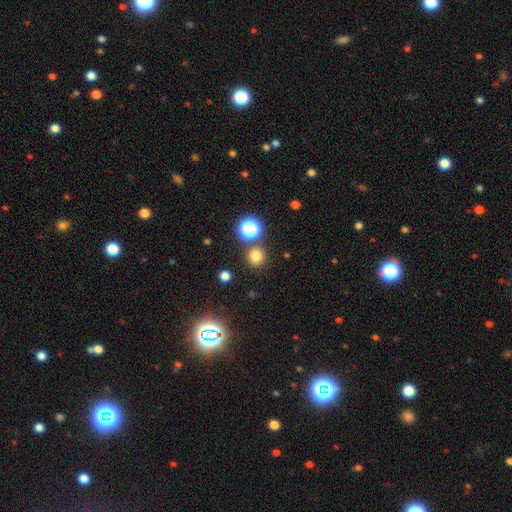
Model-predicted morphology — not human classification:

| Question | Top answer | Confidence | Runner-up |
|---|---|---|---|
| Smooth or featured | smooth | 75% | star or artifact (19%) |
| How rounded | round | 94% | in between (5%) |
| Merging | none | 84% | merger (7%) |